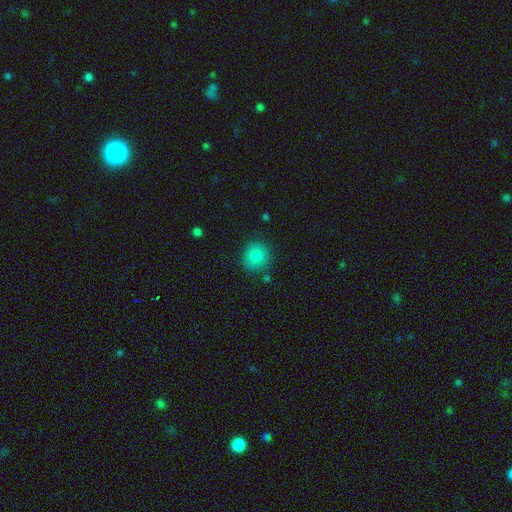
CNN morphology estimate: Smooth or featured? smooth (83%)
How rounded? round (89%)
Merging? none (83%)